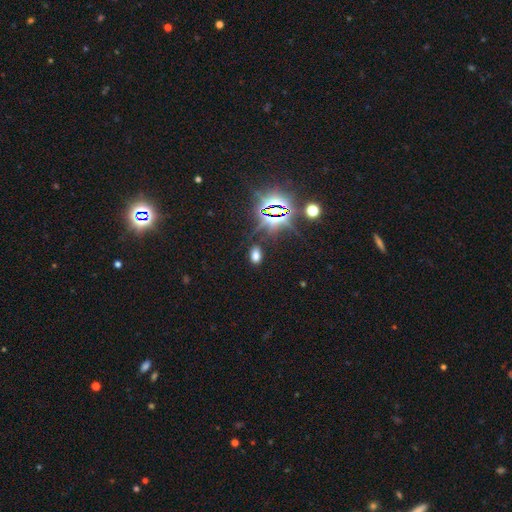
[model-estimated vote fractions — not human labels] smooth 59%, star or artifact 34%, featured or disk 7%. Down the decision tree: how rounded — in between (89%); merging — none (83%).